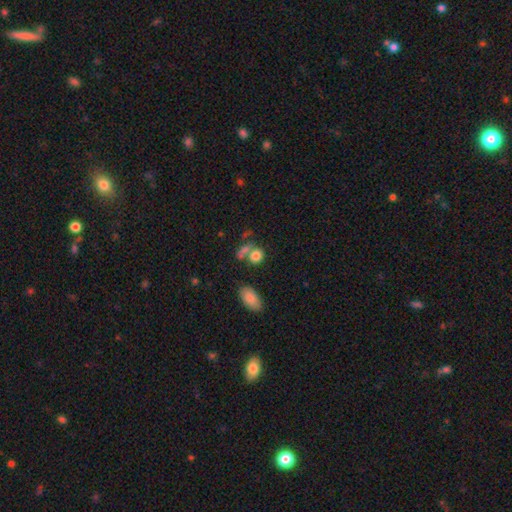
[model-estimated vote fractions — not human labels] This is likely a smooth galaxy (80%). How rounded: possibly round (60%). Merging: possibly none (45%).